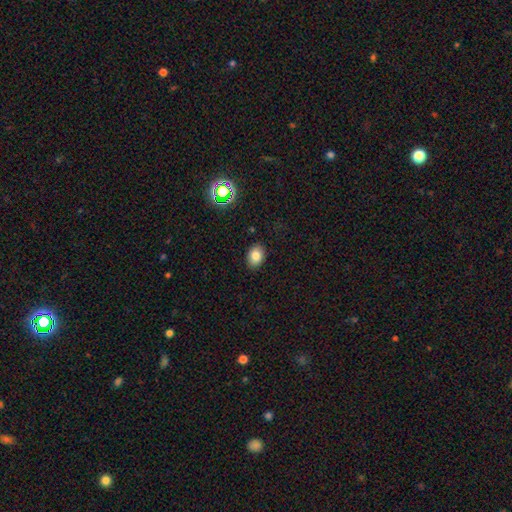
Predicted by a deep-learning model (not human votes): This appears to be a smooth galaxy with no disk features (81%) that is in between round and cigar-shaped (72%). Merging: none (88%).